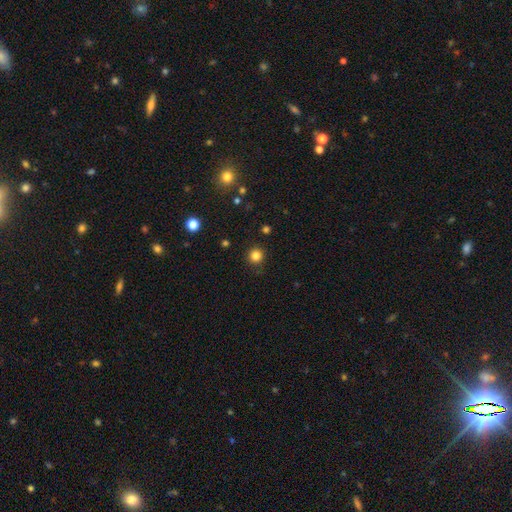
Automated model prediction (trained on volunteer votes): smooth-or-featured: smooth: 83% | star or artifact: 13% | featured or disk: 4%
  how-rounded: round: 95% | in between: 4% | cigar-shaped: 1%
  merging: none: 90% | minor disturbance: 7% | major disturbance: 2% | merger: 1%